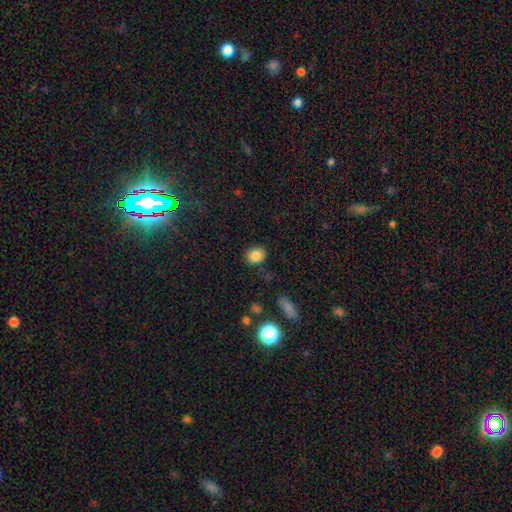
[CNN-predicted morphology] A smooth galaxy with no disk features (83%) that is round (54%).

Vote fractions:
- Smooth or featured? smooth: 83% / star or artifact: 10% / featured or disk: 6%
- How rounded? round: 54% / in between: 45% / cigar-shaped: 1%
- Merging? none: 85% / minor disturbance: 10% / major disturbance: 3% / merger: 2%